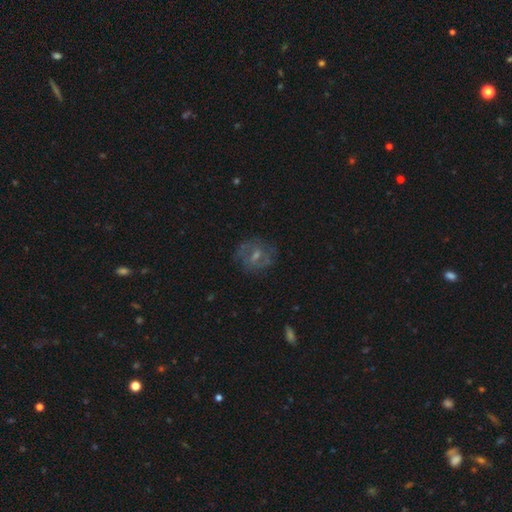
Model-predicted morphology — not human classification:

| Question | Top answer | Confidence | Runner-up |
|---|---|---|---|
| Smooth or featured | featured or disk | 64% | smooth (25%) |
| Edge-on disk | no | 97% | yes (3%) |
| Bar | weak | 53% | no (33%) |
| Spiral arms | yes | 73% | no (27%) |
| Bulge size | small | 48% | moderate (38%) |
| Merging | none | 71% | minor disturbance (17%) |